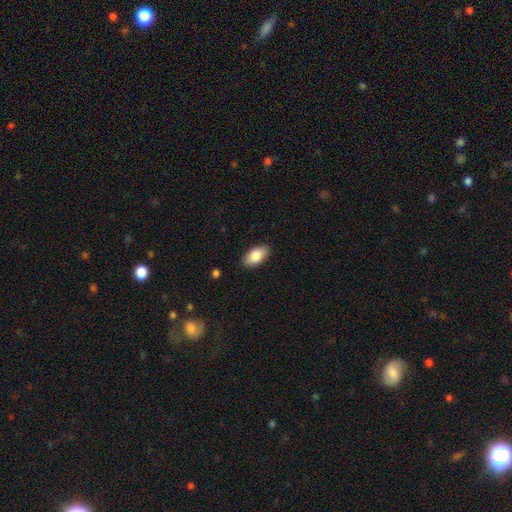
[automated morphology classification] Overall: smooth (84%). How rounded: in between (94%). Merging: none (88%).